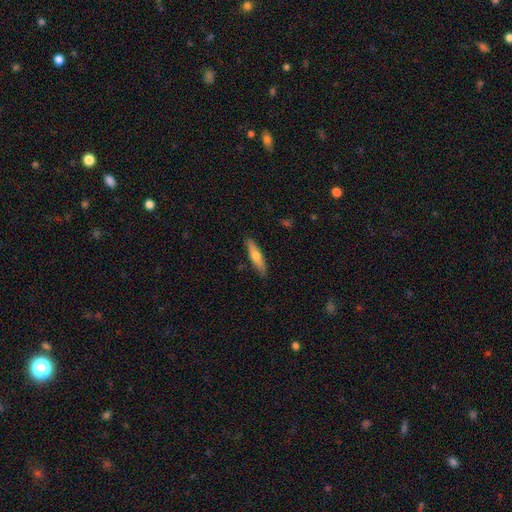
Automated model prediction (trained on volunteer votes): smooth 57%, featured or disk 37%, star or artifact 6%. Down the decision tree: how rounded — cigar-shaped (78%); merging — none (88%).